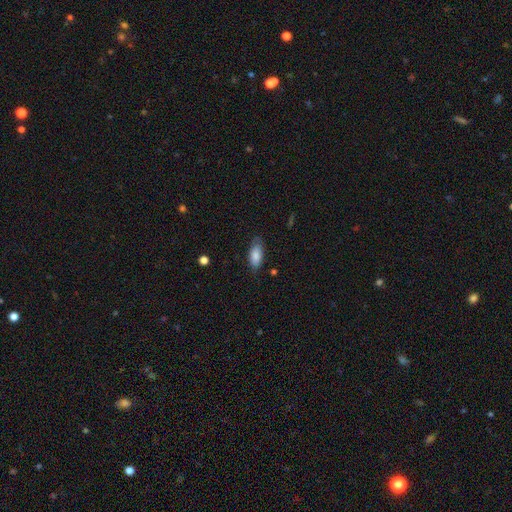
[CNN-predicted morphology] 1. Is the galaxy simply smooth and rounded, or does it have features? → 82% smooth, 11% featured or disk, 6% star or artifact.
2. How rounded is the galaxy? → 88% in between, 10% cigar-shaped, 2% round.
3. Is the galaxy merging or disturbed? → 73% none, 22% minor disturbance, 4% major disturbance, 1% merger.